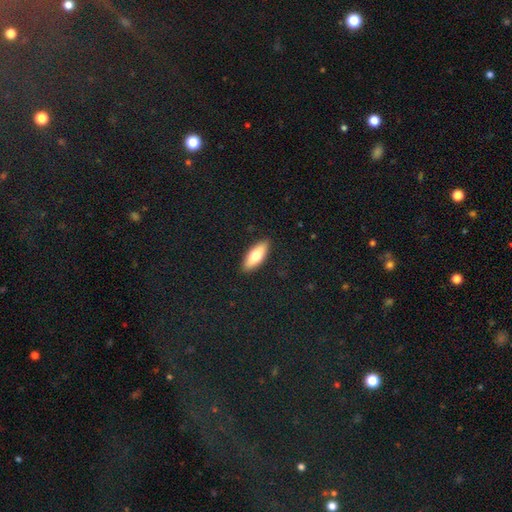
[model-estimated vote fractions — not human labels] Q: Smooth or featured?
A: smooth (72%); runner-up: featured or disk (22%)
Q: How rounded?
A: in between (69%); runner-up: cigar-shaped (29%)
Q: Merging?
A: none (90%); runner-up: minor disturbance (7%)